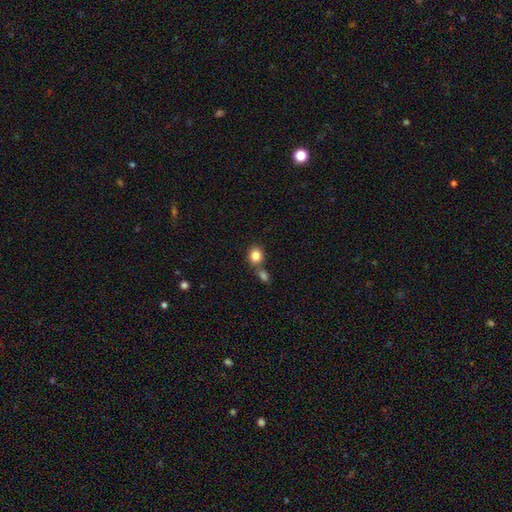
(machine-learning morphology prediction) Overall: smooth (84%). How rounded: round (76%). Merging: none (61%; merger 27%).